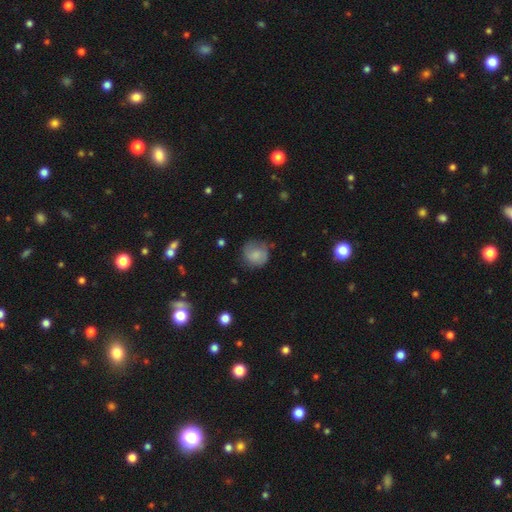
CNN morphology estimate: Q: Smooth or featured?
A: smooth (71%); runner-up: featured or disk (21%)
Q: How rounded?
A: round (85%); runner-up: in between (14%)
Q: Merging?
A: none (67%); runner-up: minor disturbance (23%)